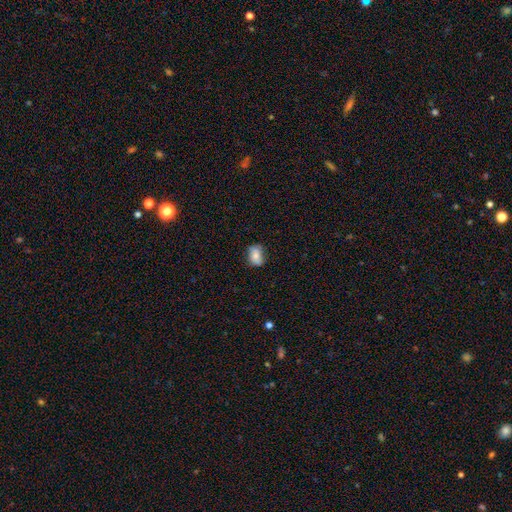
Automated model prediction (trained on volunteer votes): A smooth galaxy with no disk features (73%) that is in between round and cigar-shaped (71%).

Vote fractions:
- Smooth or featured? smooth: 73% / featured or disk: 18% / star or artifact: 9%
- How rounded? in between: 71% / round: 27% / cigar-shaped: 2%
- Merging? none: 71% / minor disturbance: 23% / major disturbance: 5% / merger: 1%